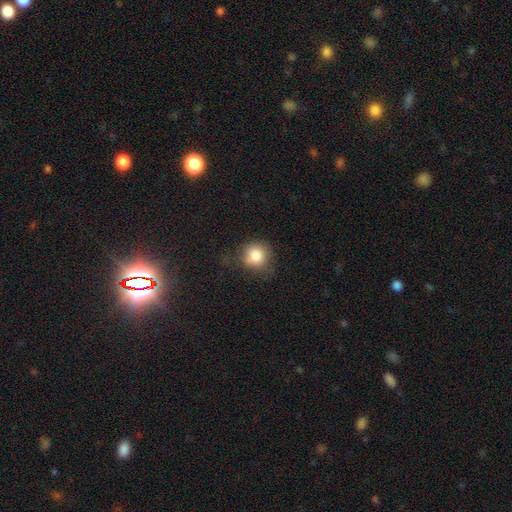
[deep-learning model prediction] Smooth or featured?
  - smooth: 83% *
  - star or artifact: 10%
  - featured or disk: 7%
How rounded?
  - round: 85% *
  - in between: 14%
  - cigar-shaped: 1%
Merging?
  - none: 63% *
  - minor disturbance: 25%
  - major disturbance: 9%
  - merger: 2%